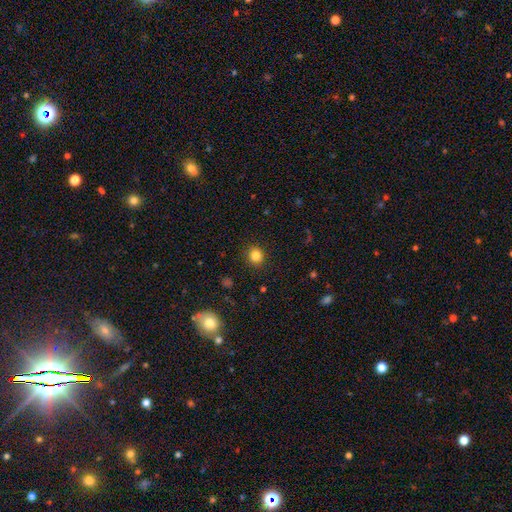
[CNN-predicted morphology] smooth_or_featured: smooth (p=0.84) [alt: star or artifact p=0.12]
how_rounded: round (p=0.86) [alt: in between p=0.14]
merging: none (p=0.90) [alt: minor disturbance p=0.07]